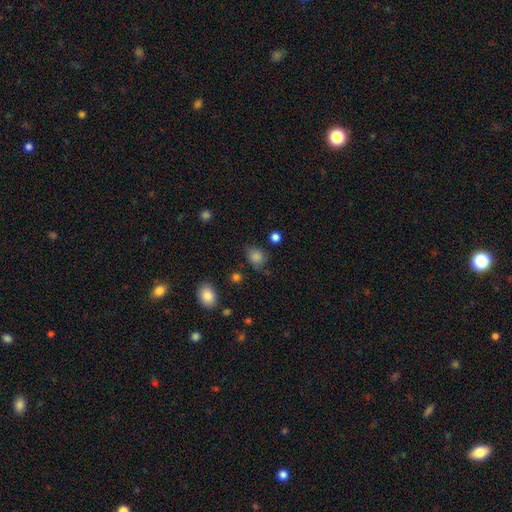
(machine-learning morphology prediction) smooth-or-featured: smooth: 83% | star or artifact: 10% | featured or disk: 6%
  how-rounded: in between: 50% | round: 49% | cigar-shaped: 1%
  merging: none: 67% | minor disturbance: 23% | major disturbance: 7% | merger: 3%